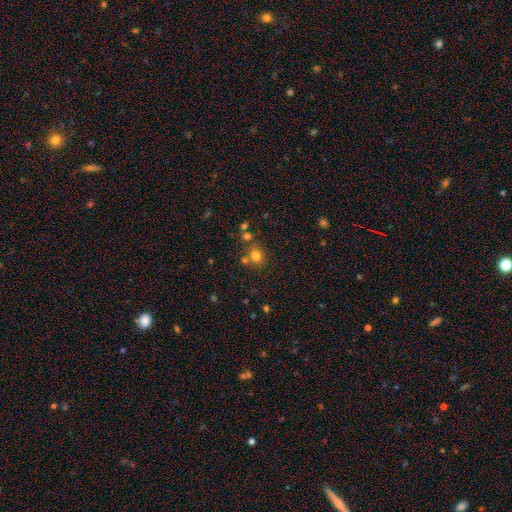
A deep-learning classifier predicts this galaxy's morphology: This appears to be a smooth galaxy with no disk features (76%) that is round (77%). Merging: none (69%).